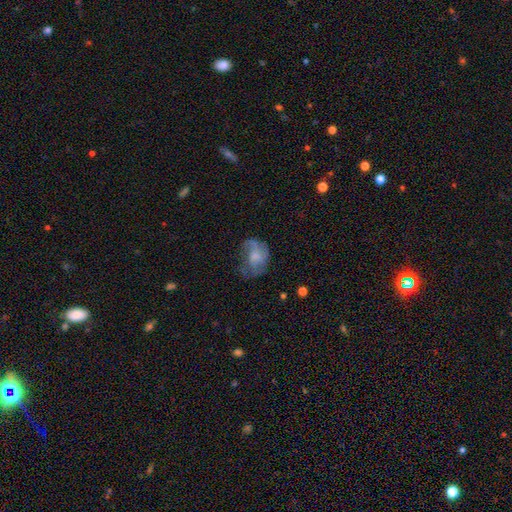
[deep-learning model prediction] The model was most divided on "smooth or featured": smooth: 48%, featured or disk: 42%, star or artifact: 10%. Remaining: merging — none (38%).